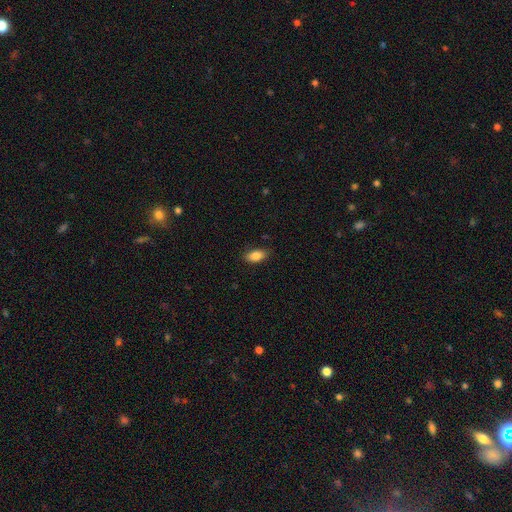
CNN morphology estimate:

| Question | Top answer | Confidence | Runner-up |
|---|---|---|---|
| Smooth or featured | smooth | 87% | star or artifact (7%) |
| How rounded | in between | 90% | cigar-shaped (6%) |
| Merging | none | 84% | minor disturbance (12%) |